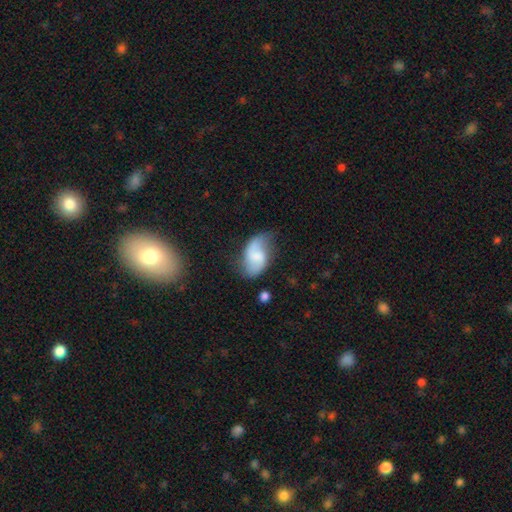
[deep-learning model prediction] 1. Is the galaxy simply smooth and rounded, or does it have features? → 56% featured or disk, 36% smooth, 8% star or artifact.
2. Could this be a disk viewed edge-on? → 97% no, 3% yes.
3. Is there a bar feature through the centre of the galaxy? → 49% weak, 35% no, 15% strong.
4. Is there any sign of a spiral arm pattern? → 88% yes, 12% no.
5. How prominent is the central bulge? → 34% small, 29% moderate, 27% none, 7% large, 2% dominant.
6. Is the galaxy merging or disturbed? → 57% none, 28% minor disturbance, 12% major disturbance, 3% merger.